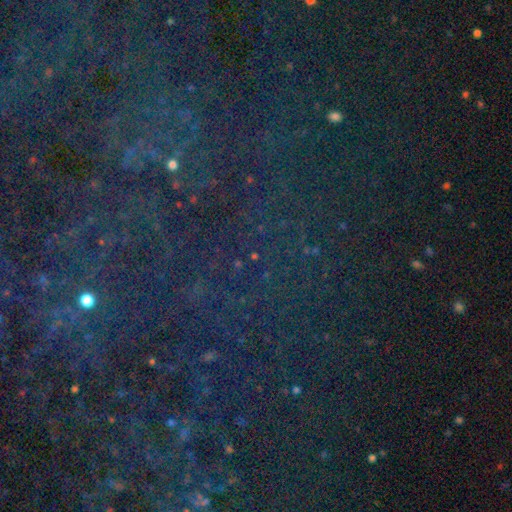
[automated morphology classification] A star or artifact, not a galaxy (81%).

Vote fractions:
- Smooth or featured? star or artifact: 81% / smooth: 11% / featured or disk: 8%